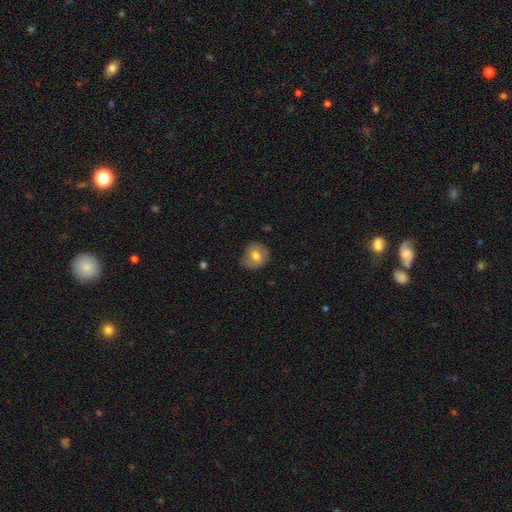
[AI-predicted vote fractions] Overall: smooth (68%). How rounded: round (75%). Merging: none (66%; minor disturbance 26%).